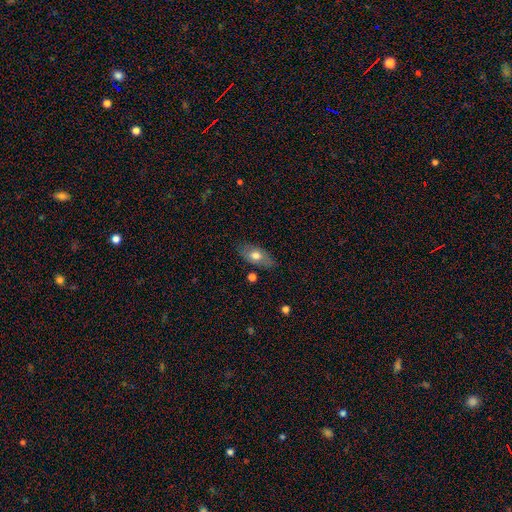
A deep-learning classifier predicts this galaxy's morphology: Smooth or featured: smooth — 64% (featured or disk — 29%)
How rounded: in between — 87% (cigar-shaped — 7%)
Merging: none — 77% (minor disturbance — 17%)